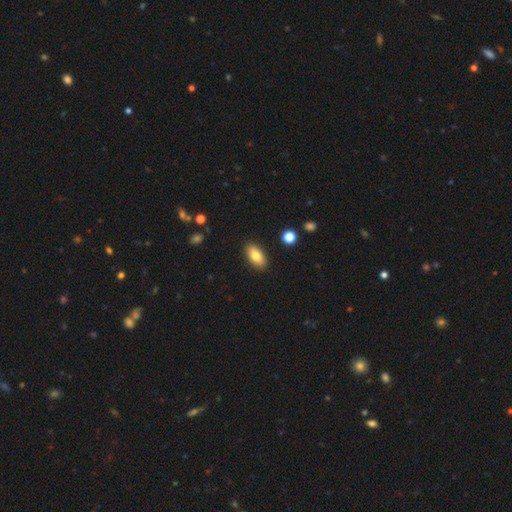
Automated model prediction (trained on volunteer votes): Smooth or featured: smooth — 80% (featured or disk — 12%)
How rounded: in between — 90% (cigar-shaped — 6%)
Merging: none — 89% (minor disturbance — 8%)